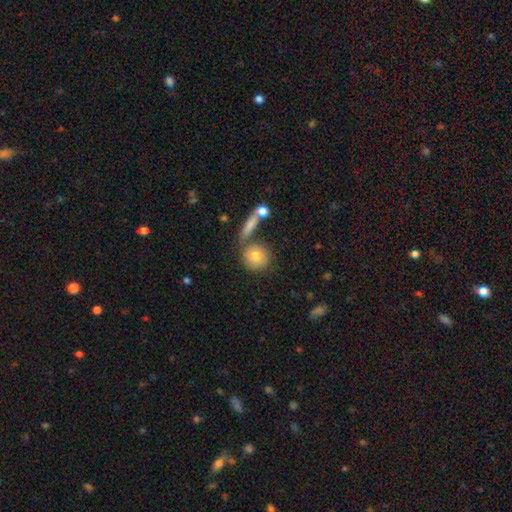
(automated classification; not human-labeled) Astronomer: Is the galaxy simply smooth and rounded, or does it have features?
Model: smooth — 77%.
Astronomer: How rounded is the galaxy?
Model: round — 88%.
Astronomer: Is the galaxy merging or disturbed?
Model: none — 68%.